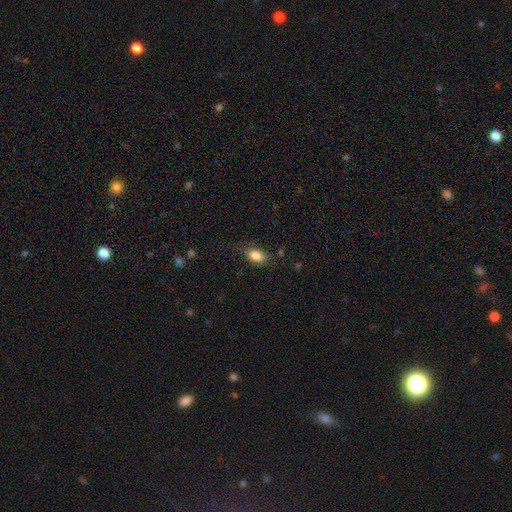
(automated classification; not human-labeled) smooth_or_featured: smooth (p=0.84) [alt: featured or disk p=0.08]
how_rounded: in between (p=0.87) [alt: round p=0.10]
merging: none (p=0.78) [alt: minor disturbance p=0.17]